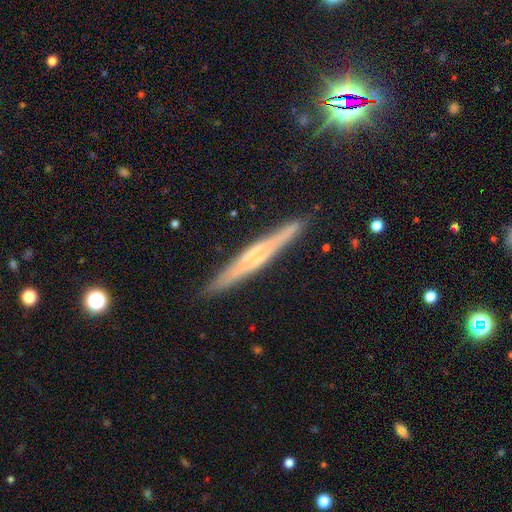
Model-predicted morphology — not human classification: featured or disk 66%, smooth 26%, star or artifact 8%. Down the decision tree: edge-on disk — yes (95%); edge-on bulge — none (47%); merging — none (87%).